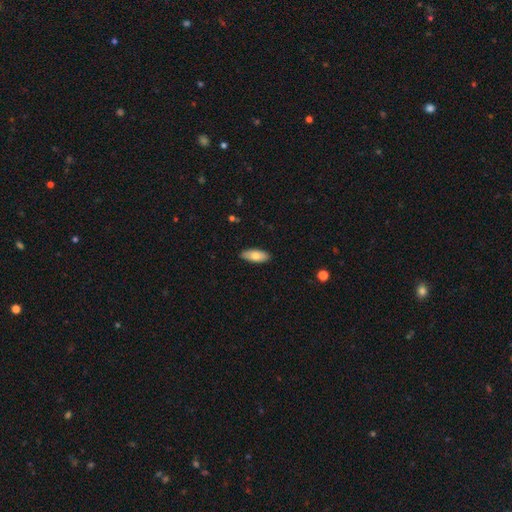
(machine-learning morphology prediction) Smooth or featured? smooth (75%)
How rounded? in between (85%)
Merging? none (89%)